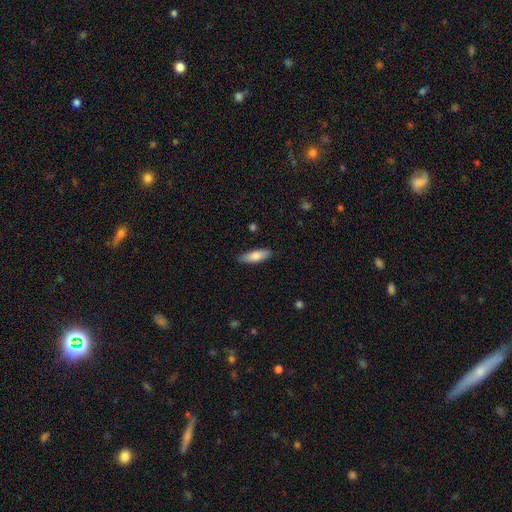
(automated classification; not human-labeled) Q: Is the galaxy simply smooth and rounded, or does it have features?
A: smooth — 77%.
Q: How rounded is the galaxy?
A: in between — 53%.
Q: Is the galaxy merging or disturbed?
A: none — 86%.